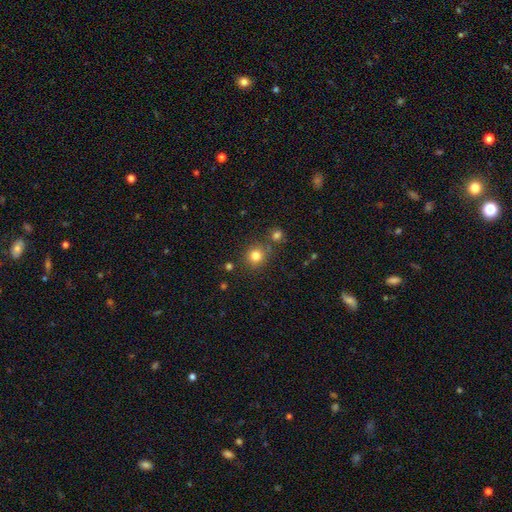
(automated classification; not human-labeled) smooth 80%, star or artifact 14%, featured or disk 6%. Down the decision tree: how rounded — round (88%); merging — none (78%).